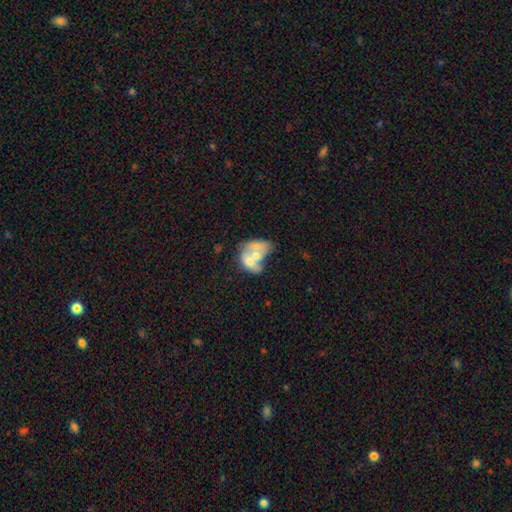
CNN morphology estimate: The model was most divided on "smooth or featured": smooth: 48%, featured or disk: 45%, star or artifact: 7%. More confident: merging — merger (76%).